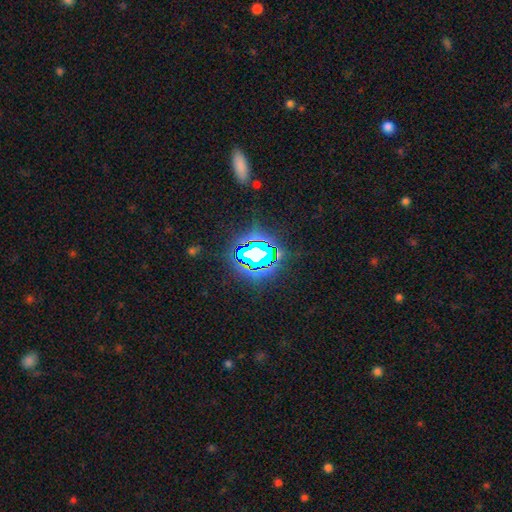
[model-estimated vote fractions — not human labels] This appears to be a star or artifact, not a galaxy (77%).